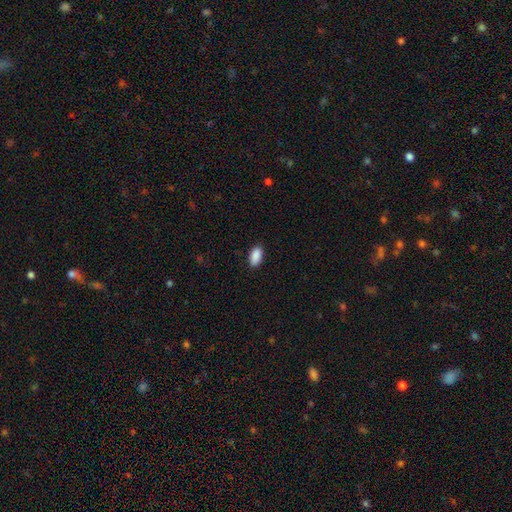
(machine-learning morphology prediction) Smooth or featured? smooth (90%)
How rounded? in between (93%)
Merging? none (87%)